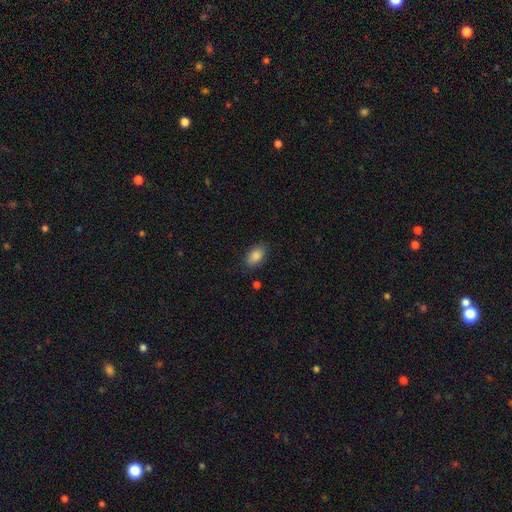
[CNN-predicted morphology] smooth_or_featured: smooth (p=0.86) [alt: star or artifact p=0.08]
how_rounded: in between (p=0.91) [alt: round p=0.07]
merging: none (p=0.83) [alt: minor disturbance p=0.13]